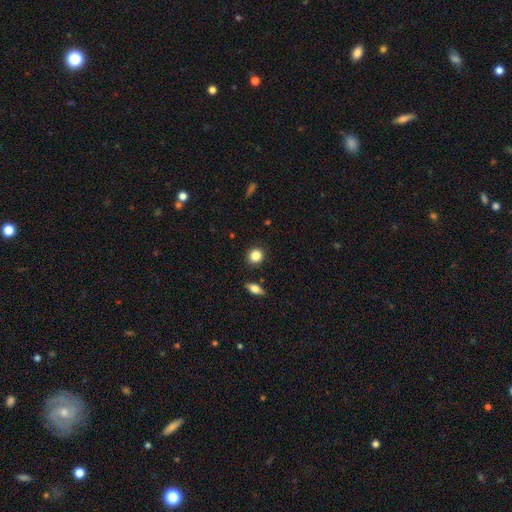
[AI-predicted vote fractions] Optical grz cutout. It shows a smooth galaxy with no disk features (85%) that is round (84%). Merging: none (89%).